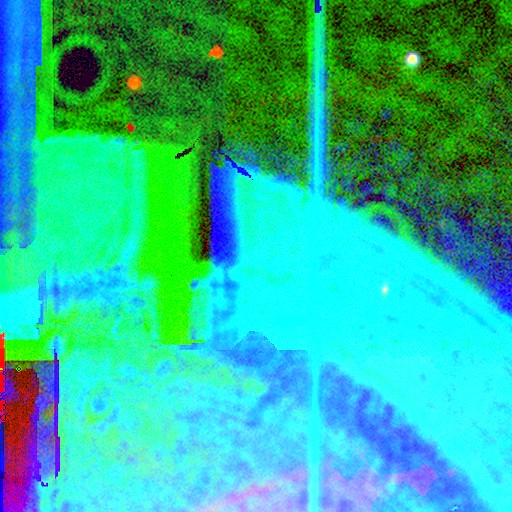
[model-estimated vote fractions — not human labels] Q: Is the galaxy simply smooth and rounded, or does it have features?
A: star or artifact — 85%.